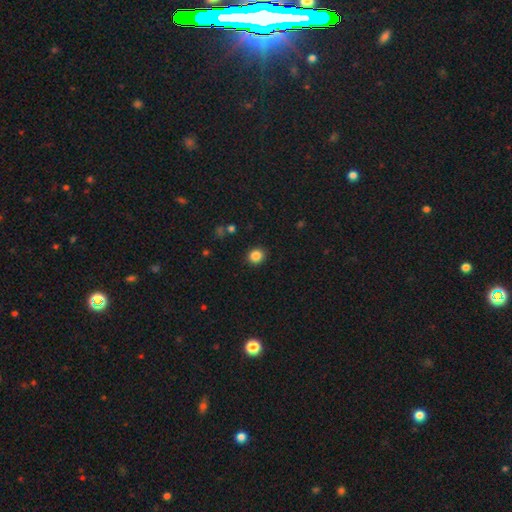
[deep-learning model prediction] smooth-or-featured: smooth: 86% | star or artifact: 11% | featured or disk: 4%
  how-rounded: round: 82% | in between: 17% | cigar-shaped: 1%
  merging: none: 91% | minor disturbance: 6% | major disturbance: 2% | merger: 1%